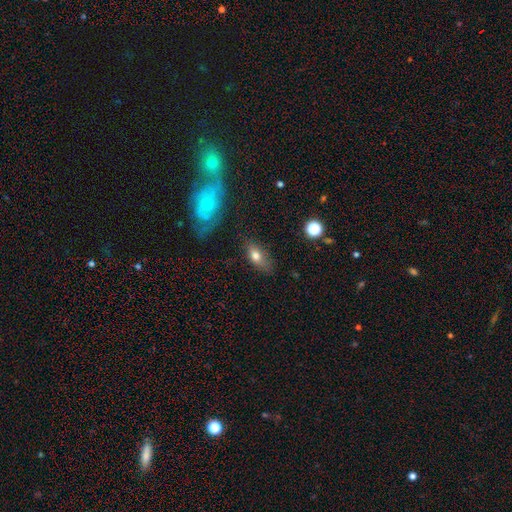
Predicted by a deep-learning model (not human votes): smooth 70%, featured or disk 21%, star or artifact 9%. Down the decision tree: how rounded — in between (78%); merging — none (70%).